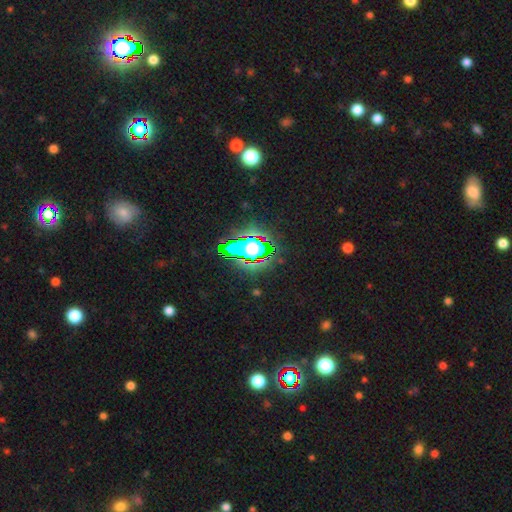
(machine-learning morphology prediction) This is clearly a star or artifact rather than a galaxy (80%).